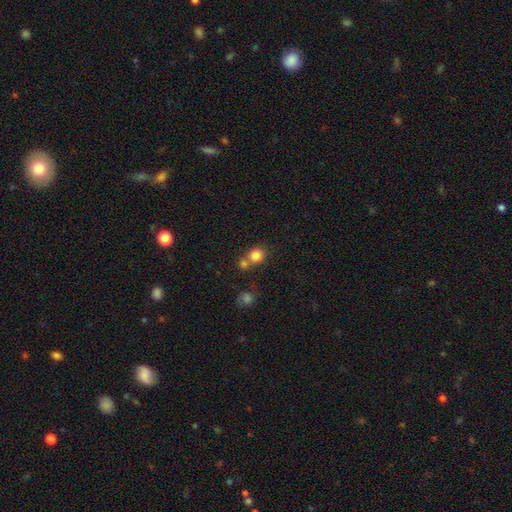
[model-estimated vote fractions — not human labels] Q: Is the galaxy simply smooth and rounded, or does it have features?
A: smooth — 82%.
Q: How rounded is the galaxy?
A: round — 82%.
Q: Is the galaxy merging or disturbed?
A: none — 52%.